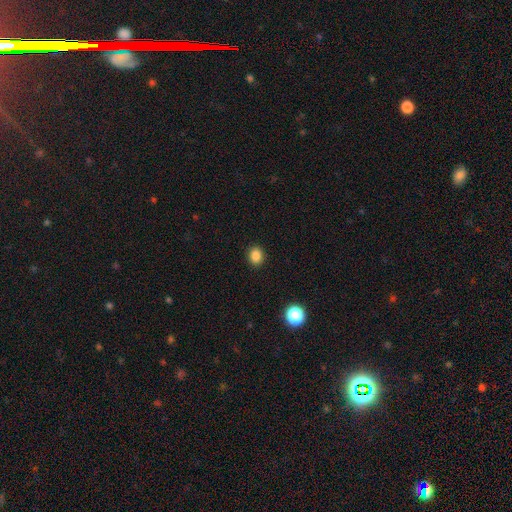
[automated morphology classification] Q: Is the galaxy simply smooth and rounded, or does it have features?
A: smooth — 85%.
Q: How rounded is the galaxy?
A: round — 59%.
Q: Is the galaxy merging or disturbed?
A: none — 91%.